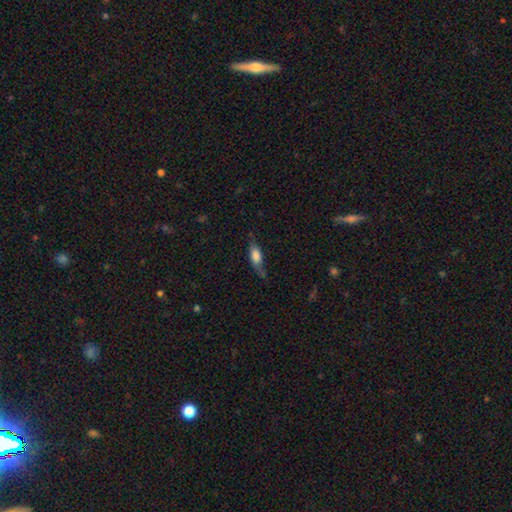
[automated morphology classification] A smooth galaxy with no disk features (73%) that is in between round and cigar-shaped (69%).

Vote fractions:
- Smooth or featured? smooth: 73% / featured or disk: 20% / star or artifact: 8%
- How rounded? in between: 69% / cigar-shaped: 28% / round: 3%
- Merging? none: 50% / minor disturbance: 34% / major disturbance: 12% / merger: 4%